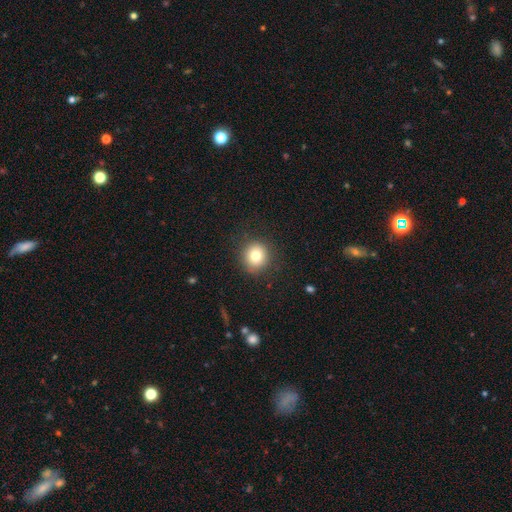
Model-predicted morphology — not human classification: smooth_or_featured: smooth (p=0.79) [alt: star or artifact p=0.11]
how_rounded: round (p=0.90) [alt: in between p=0.10]
merging: none (p=0.89) [alt: minor disturbance p=0.07]